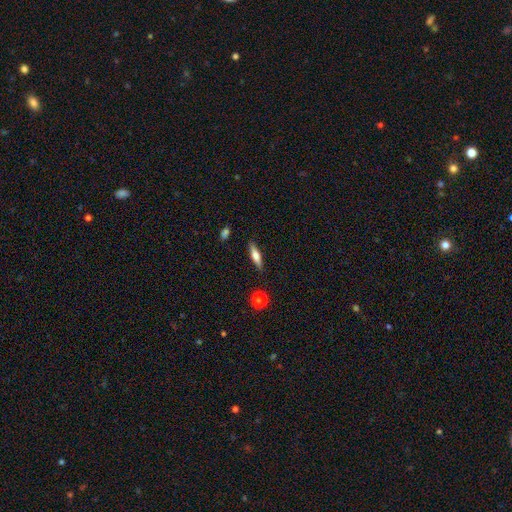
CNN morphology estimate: Overall: smooth (62%; featured or disk 31%). How rounded: cigar-shaped (67%; in between 30%). Merging: none (87%).